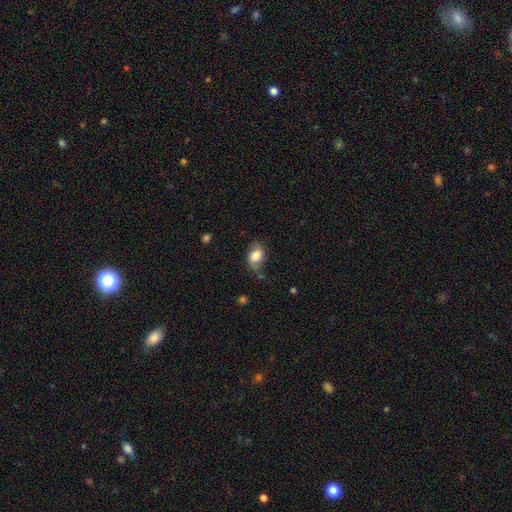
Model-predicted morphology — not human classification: Overall: smooth (66%). How rounded: in between (80%). Merging: none (59%; minor disturbance 29%).